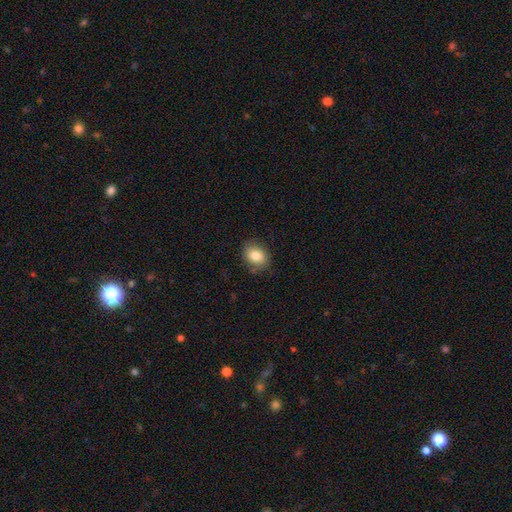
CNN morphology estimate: This appears to be a smooth galaxy with no disk features (84%) that is in between round and cigar-shaped (66%). Merging: none (81%).